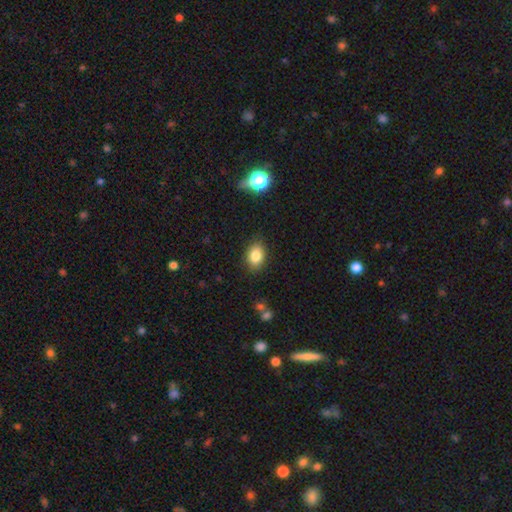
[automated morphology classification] The model was most divided on "how rounded": in between: 77%, round: 22%, cigar-shaped: 1%. More confident: merging — none (85%); smooth or featured — smooth (84%).